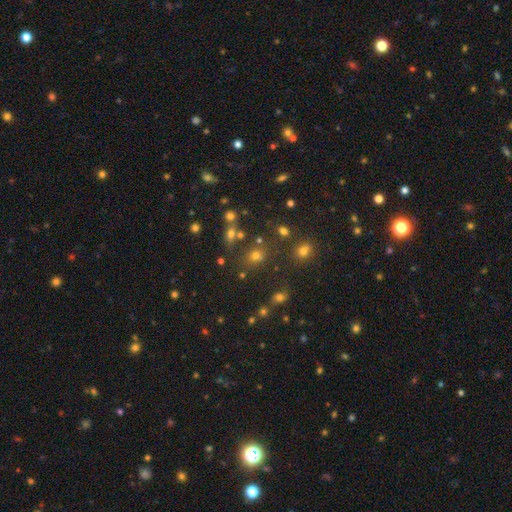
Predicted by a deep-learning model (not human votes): This is possibly a smooth galaxy (60%). How rounded: likely round (73%). Merging: likely none (69%).